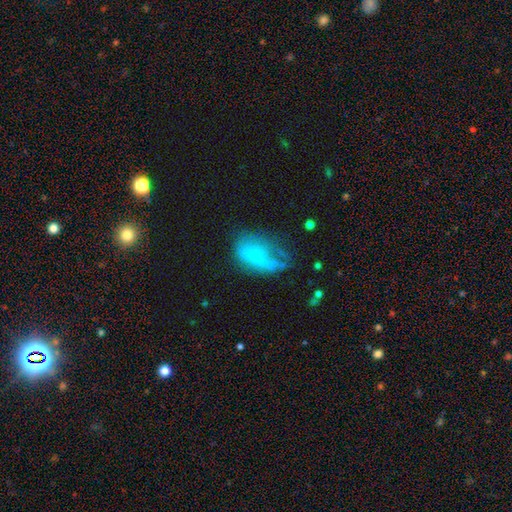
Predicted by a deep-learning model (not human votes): smooth-or-featured: smooth: 52% | featured or disk: 35% | star or artifact: 13%
  how-rounded: in between: 86% | round: 7% | cigar-shaped: 7%
  merging: major disturbance: 37% | none: 31% | minor disturbance: 28% | merger: 5%